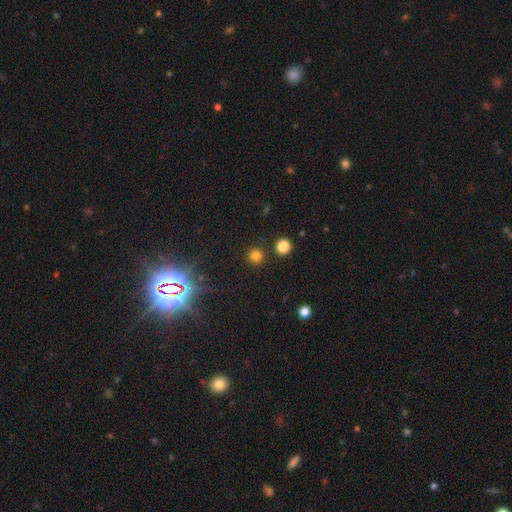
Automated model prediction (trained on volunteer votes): Smooth or featured?
  - smooth: 78% *
  - star or artifact: 17%
  - featured or disk: 4%
How rounded?
  - round: 95% *
  - in between: 4%
  - cigar-shaped: 1%
Merging?
  - none: 89% *
  - minor disturbance: 5%
  - merger: 4%
  - major disturbance: 2%